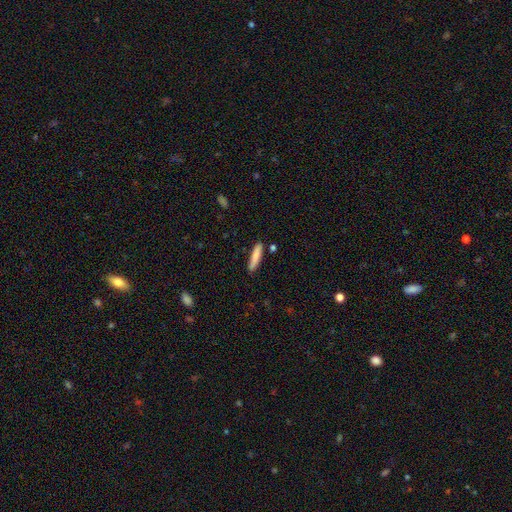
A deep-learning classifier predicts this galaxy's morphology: smooth 83%, featured or disk 11%, star or artifact 6%. Down the decision tree: how rounded — cigar-shaped (86%); merging — none (84%).